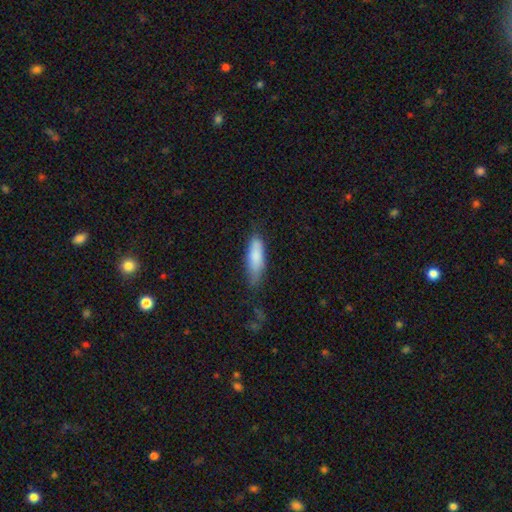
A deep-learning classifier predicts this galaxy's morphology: Overall: smooth (82%). How rounded: in between (53%; cigar-shaped 45%). Merging: none (61%; minor disturbance 29%).